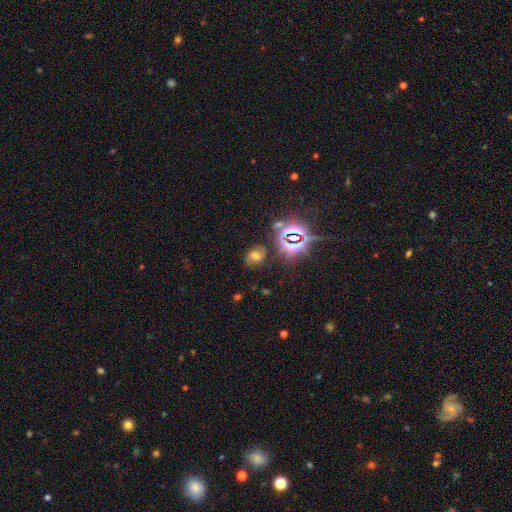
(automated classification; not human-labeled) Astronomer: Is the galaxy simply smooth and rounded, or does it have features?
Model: star or artifact — 40% (runner-up: featured or disk, 35%).